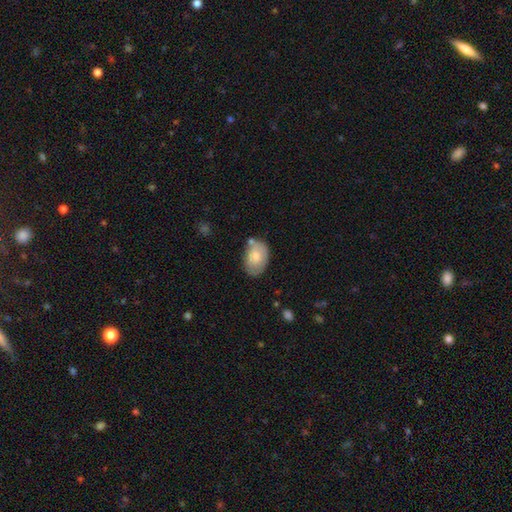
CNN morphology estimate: smooth_or_featured: smooth (p=0.71) [alt: featured or disk p=0.23]
how_rounded: in between (p=0.87) [alt: round p=0.12]
merging: none (p=0.60) [alt: minor disturbance p=0.25]